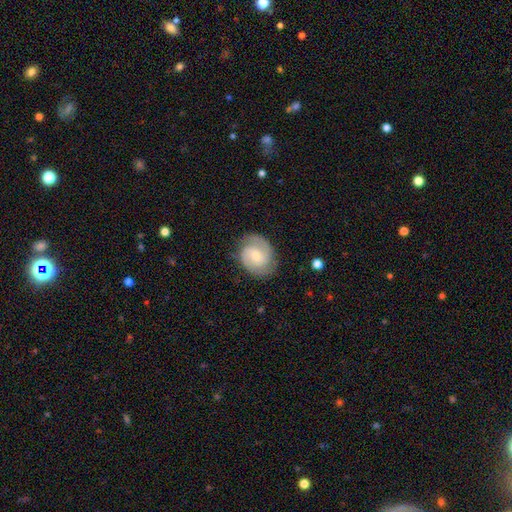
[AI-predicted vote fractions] Smooth or featured? Predicted: featured or disk (p=0.76). Edge-on disk? Predicted: no (p=0.98). Bar? Predicted: no (p=0.51). Spiral arms? Predicted: yes (p=0.95). Spiral winding? Predicted: medium (p=0.48). Spiral arm count? Predicted: 2 (p=0.86). Bulge size? Predicted: small (p=0.61). Merging? Predicted: none (p=0.80).